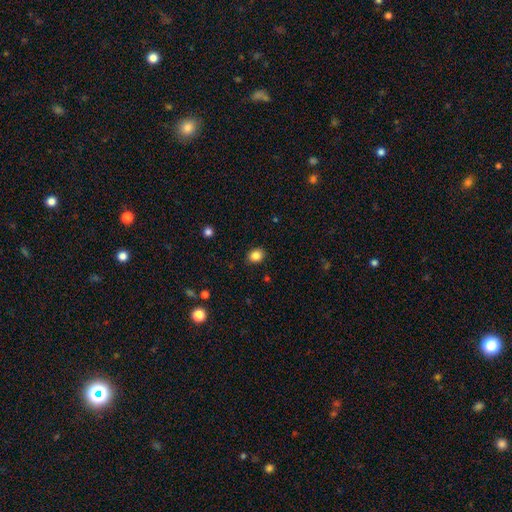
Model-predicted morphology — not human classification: Q: Smooth or featured?
A: smooth (85%); runner-up: star or artifact (10%)
Q: How rounded?
A: round (57%); runner-up: in between (42%)
Q: Merging?
A: none (89%); runner-up: minor disturbance (8%)